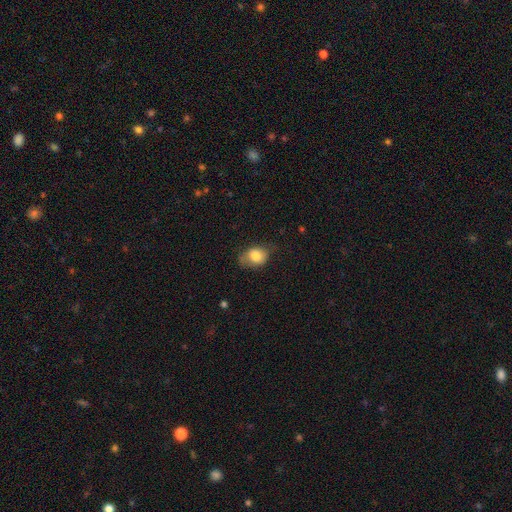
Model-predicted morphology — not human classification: A smooth galaxy with no disk features (80%) that is in between round and cigar-shaped (63%).

Vote fractions:
- Smooth or featured? smooth: 80% / featured or disk: 12% / star or artifact: 8%
- How rounded? in between: 63% / round: 36% / cigar-shaped: 1%
- Merging? none: 60% / minor disturbance: 30% / major disturbance: 9% / merger: 1%